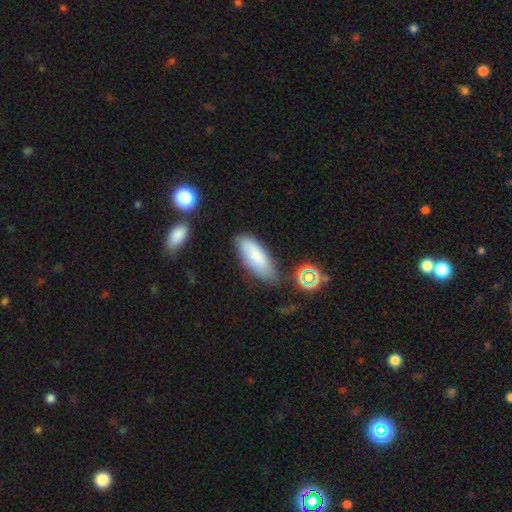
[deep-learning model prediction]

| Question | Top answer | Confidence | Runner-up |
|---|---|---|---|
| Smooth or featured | smooth | 79% | featured or disk (13%) |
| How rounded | in between | 72% | cigar-shaped (26%) |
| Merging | none | 70% | minor disturbance (20%) |